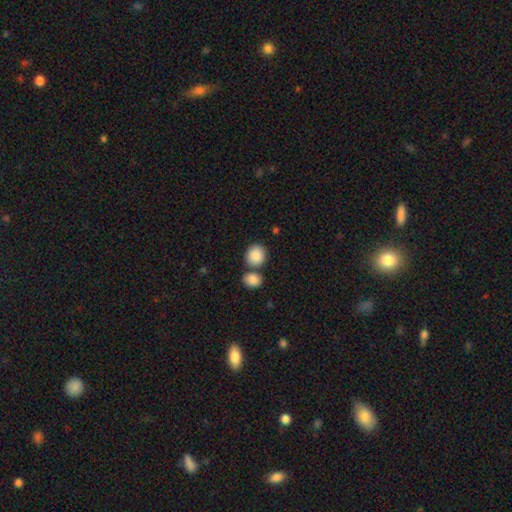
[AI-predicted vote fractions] This appears to be a smooth galaxy with no disk features (89%) that is round (74%). Merging: none (63%).